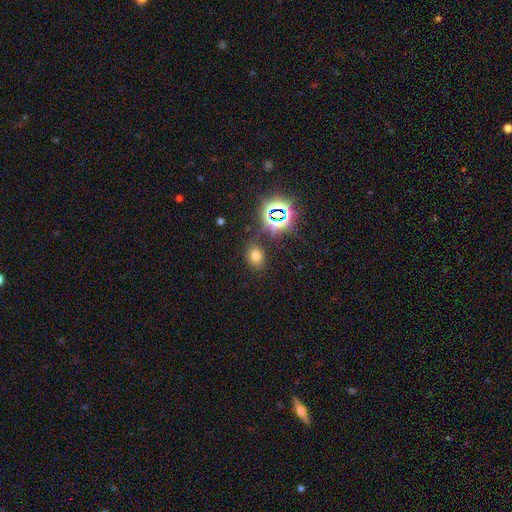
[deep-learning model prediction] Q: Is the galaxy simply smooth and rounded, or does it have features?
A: smooth — 63%.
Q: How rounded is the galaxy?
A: in between — 57%.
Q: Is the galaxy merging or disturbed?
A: none — 80%.